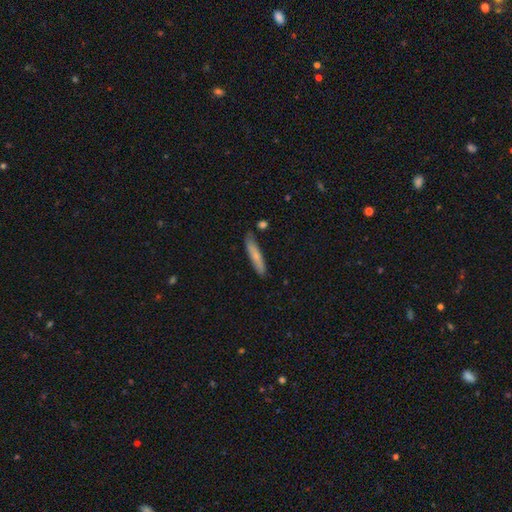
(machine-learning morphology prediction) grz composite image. It shows a smooth galaxy with no disk features (70%) that is cigar-shaped (88%). Merging: none (82%).